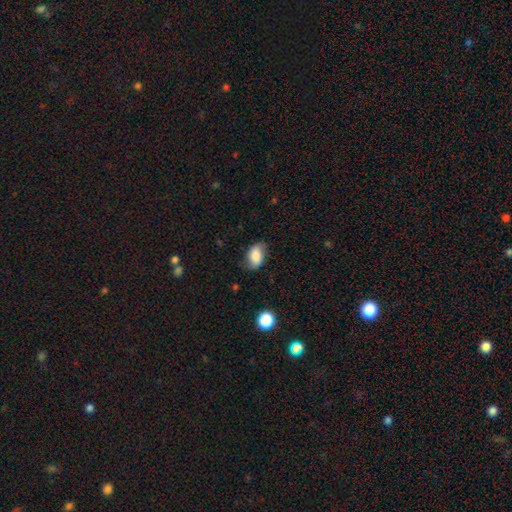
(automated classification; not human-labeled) smooth-or-featured: smooth: 74% | featured or disk: 17% | star or artifact: 8%
  how-rounded: in between: 87% | round: 11% | cigar-shaped: 2%
  merging: none: 67% | minor disturbance: 25% | major disturbance: 6% | merger: 1%